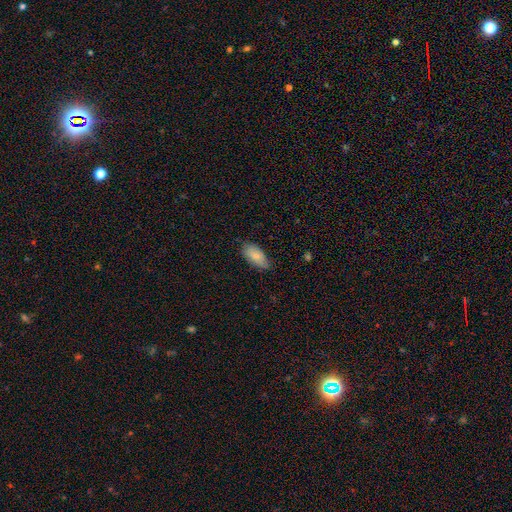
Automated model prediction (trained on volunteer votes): The model was most divided on "merging": none: 75%, minor disturbance: 21%, major disturbance: 3%, merger: 1%. More confident: how rounded — in between (90%); smooth or featured — smooth (82%).